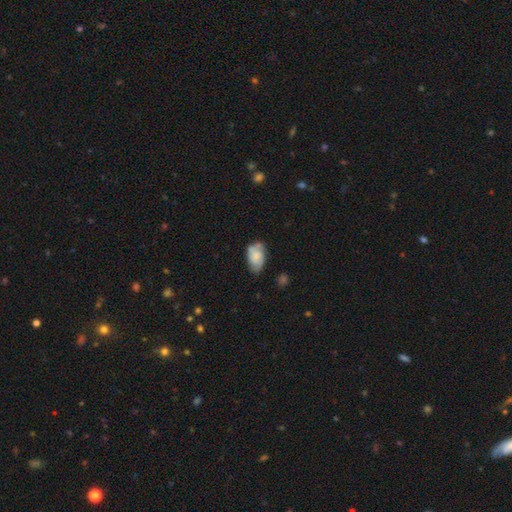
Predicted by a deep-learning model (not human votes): Smooth or featured: smooth — 64% (featured or disk — 28%)
How rounded: in between — 91% (round — 7%)
Merging: none — 55% (minor disturbance — 33%)